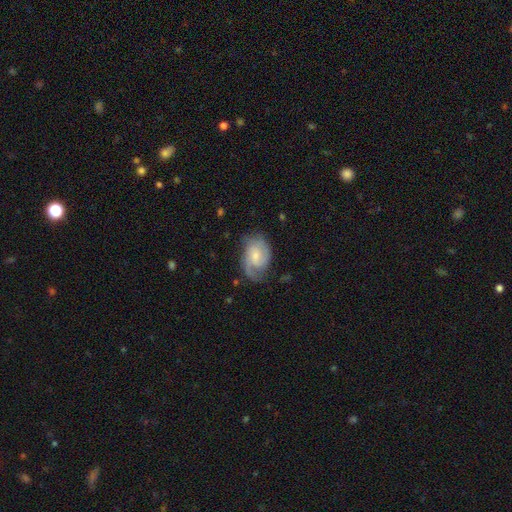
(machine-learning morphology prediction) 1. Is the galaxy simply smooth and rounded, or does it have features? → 69% featured or disk, 25% smooth, 6% star or artifact.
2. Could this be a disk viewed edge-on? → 97% no, 3% yes.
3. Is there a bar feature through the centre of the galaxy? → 56% no, 38% weak, 6% strong.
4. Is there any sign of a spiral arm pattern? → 92% yes, 8% no.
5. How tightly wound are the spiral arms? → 45% medium, 34% tight, 22% loose.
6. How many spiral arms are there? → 53% 2, 23% 1, 16% can't tell, 6% 3, 2% 4, 2% more than 4.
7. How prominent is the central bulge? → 59% small, 32% moderate, 6% none, 3% large, 1% dominant.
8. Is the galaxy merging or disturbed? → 56% none, 27% minor disturbance, 16% major disturbance, 2% merger.